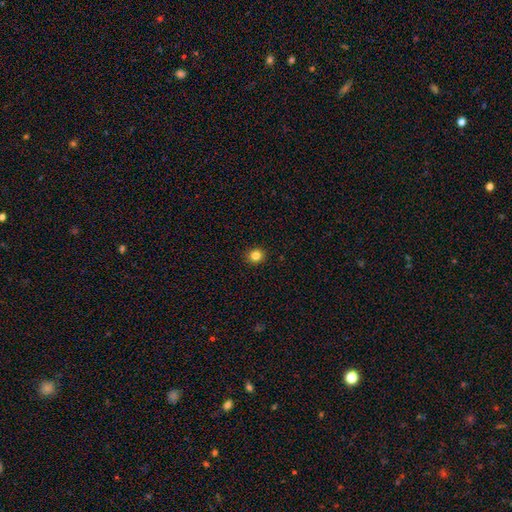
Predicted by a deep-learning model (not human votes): Q: Smooth or featured?
A: smooth (82%); runner-up: star or artifact (13%)
Q: How rounded?
A: round (90%); runner-up: in between (10%)
Q: Merging?
A: none (93%); runner-up: minor disturbance (5%)